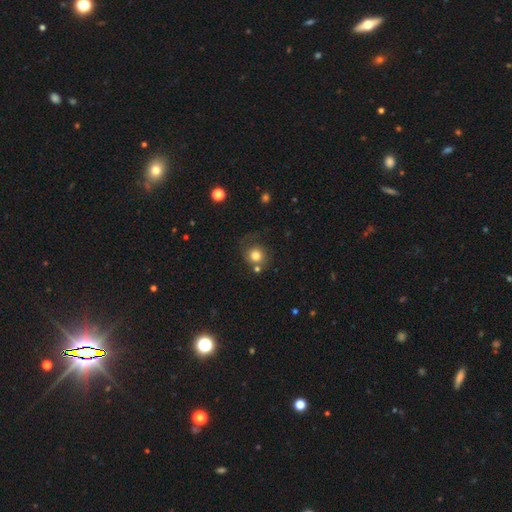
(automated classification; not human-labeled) smooth_or_featured: smooth (p=0.78) [alt: star or artifact p=0.12]
how_rounded: round (p=0.88) [alt: in between p=0.11]
merging: none (p=0.64) [alt: minor disturbance p=0.15]